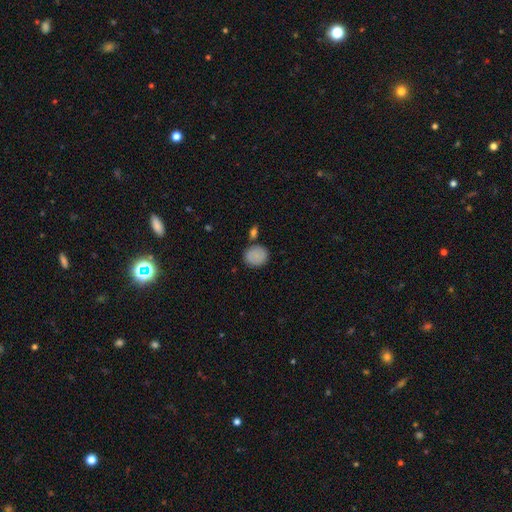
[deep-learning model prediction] A smooth galaxy with no disk features (85%) that is round (62%). Merging: none (75%).